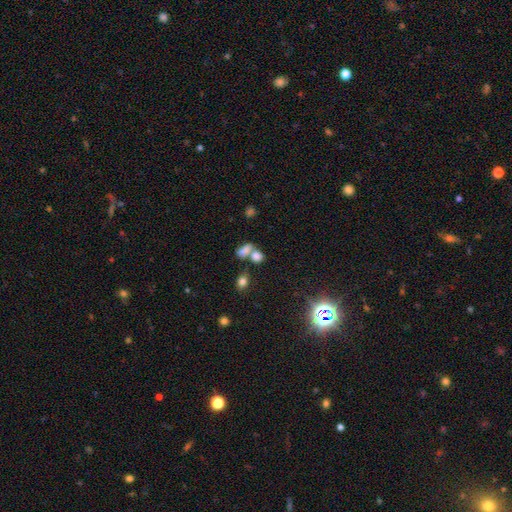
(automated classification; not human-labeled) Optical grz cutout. It shows a smooth galaxy with no disk features (73%) that is in between round and cigar-shaped (64%). Merging: merger (52%).